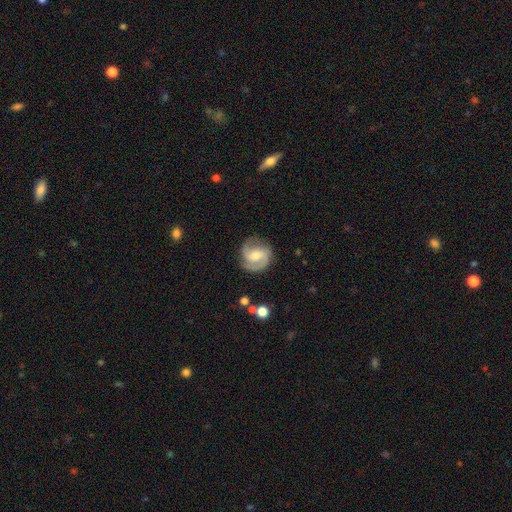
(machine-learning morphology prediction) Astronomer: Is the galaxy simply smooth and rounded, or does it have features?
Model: featured or disk — 83%.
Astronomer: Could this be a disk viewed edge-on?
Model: no — 98%.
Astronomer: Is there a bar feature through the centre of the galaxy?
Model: weak — 48% (runner-up: no, 33%).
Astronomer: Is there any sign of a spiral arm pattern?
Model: yes — 96%.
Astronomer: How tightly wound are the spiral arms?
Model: medium — 53% (runner-up: tight, 29%).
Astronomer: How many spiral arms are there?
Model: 2 — 84%.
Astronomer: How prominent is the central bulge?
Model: moderate — 54% (runner-up: small, 39%).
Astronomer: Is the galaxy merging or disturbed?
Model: none — 79%.